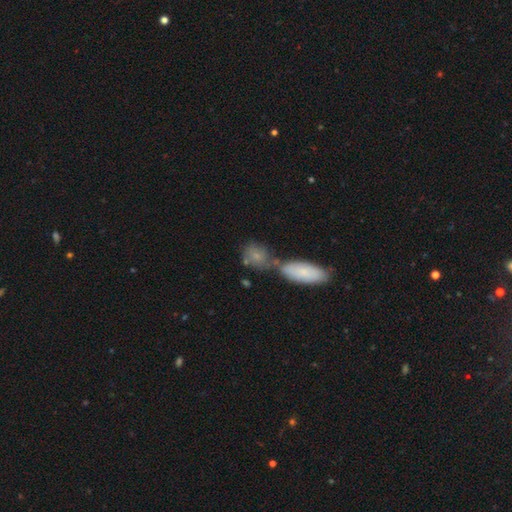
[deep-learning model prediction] This appears to be a smooth galaxy with no disk features (74%) that is in between round and cigar-shaped (51%). Merging: merger (42%).